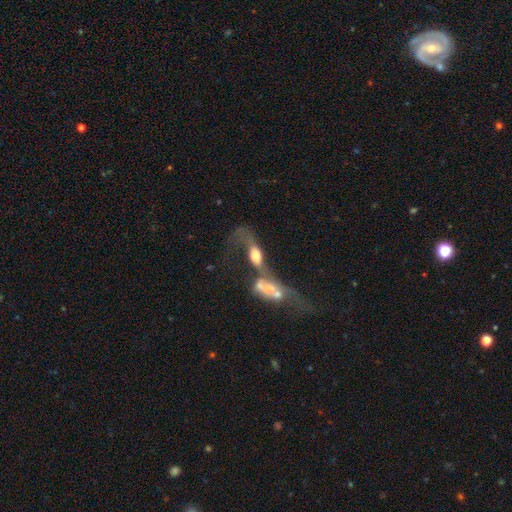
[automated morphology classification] A featured or disk galaxy (49%). Merging: merger (66%).